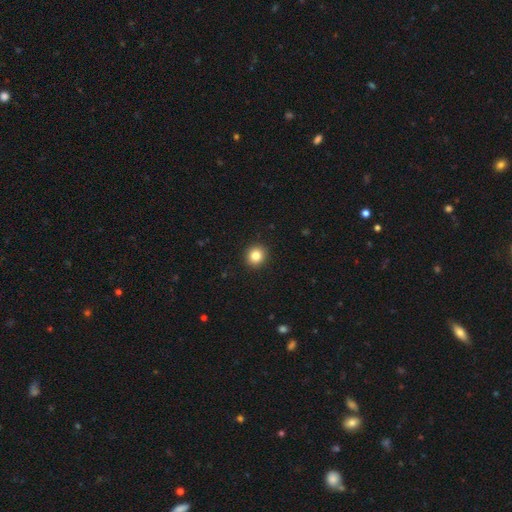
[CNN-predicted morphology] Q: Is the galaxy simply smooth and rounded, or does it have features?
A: smooth — 84%.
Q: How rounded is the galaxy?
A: round — 88%.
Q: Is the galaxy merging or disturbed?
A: none — 92%.